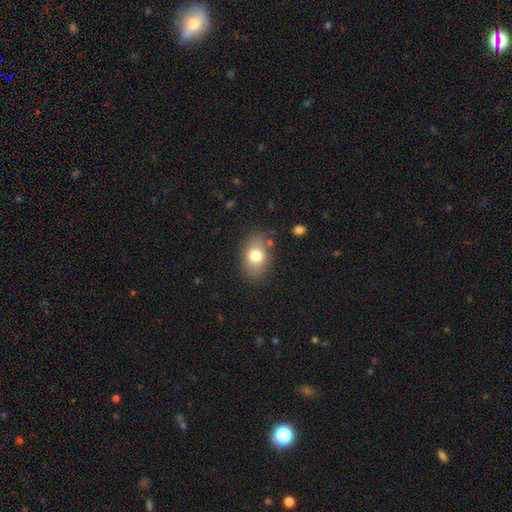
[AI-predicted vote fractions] Smooth or featured? Predicted: smooth (p=0.76). How rounded? Predicted: in between (p=0.80). Merging? Predicted: none (p=0.81).